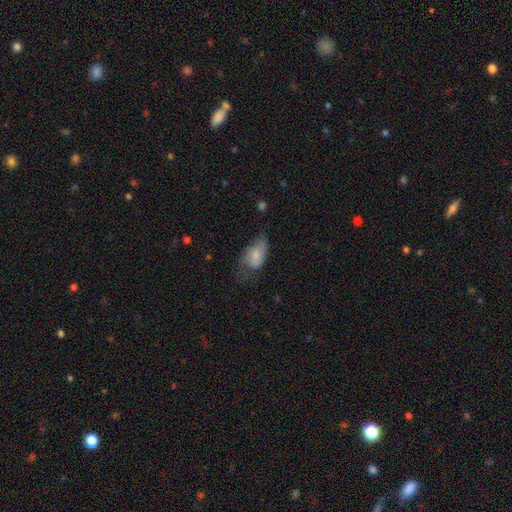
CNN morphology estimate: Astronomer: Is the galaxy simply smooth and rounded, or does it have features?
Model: smooth — 73%.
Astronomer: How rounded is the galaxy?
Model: in between — 91%.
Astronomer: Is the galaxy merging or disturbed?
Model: minor disturbance — 40% (runner-up: none, 33%).